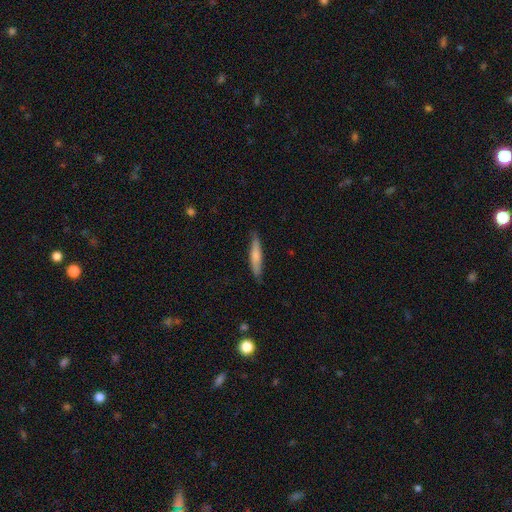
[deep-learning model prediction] A smooth galaxy with no disk features (71%) that is cigar-shaped (87%). Merging: none (82%).